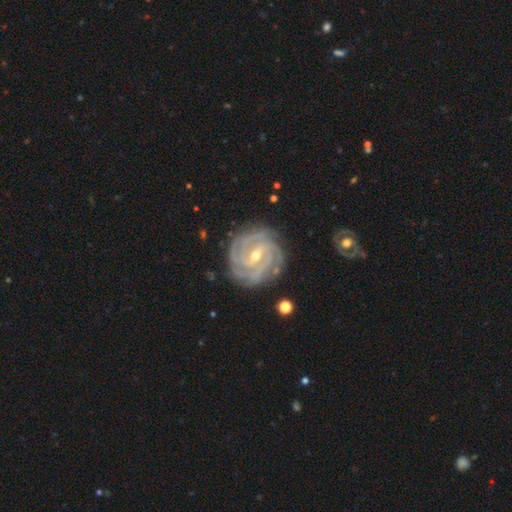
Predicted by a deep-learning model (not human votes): Overall: featured or disk (92%). Edge-on disk: no (97%). Bar: weak (48%; strong 34%). Spiral arms: yes (99%). Spiral arm count: 4 (30%, tied with 3). Spiral winding: tight (79%). Bulge size: moderate (49%; small 48%). Merging: none (82%).